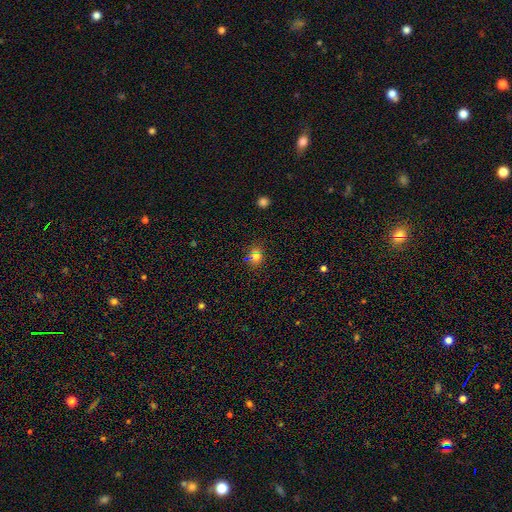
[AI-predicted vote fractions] smooth-or-featured: smooth: 64% | star or artifact: 27% | featured or disk: 9%
  how-rounded: round: 63% | in between: 35% | cigar-shaped: 2%
  merging: none: 82% | minor disturbance: 10% | merger: 5% | major disturbance: 4%